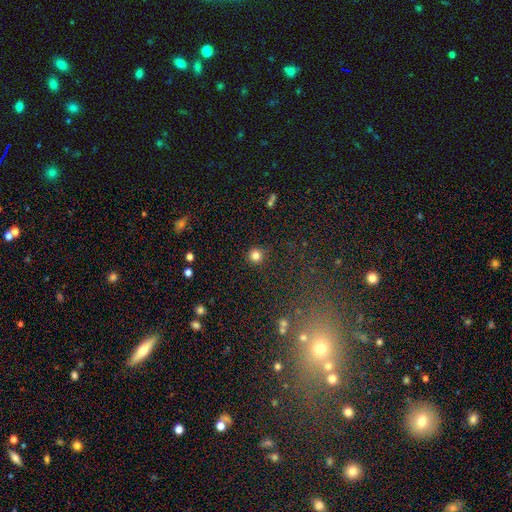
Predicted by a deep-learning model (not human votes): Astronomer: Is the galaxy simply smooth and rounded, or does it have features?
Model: smooth — 82%.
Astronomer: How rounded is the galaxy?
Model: round — 95%.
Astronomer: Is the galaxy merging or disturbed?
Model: none — 91%.